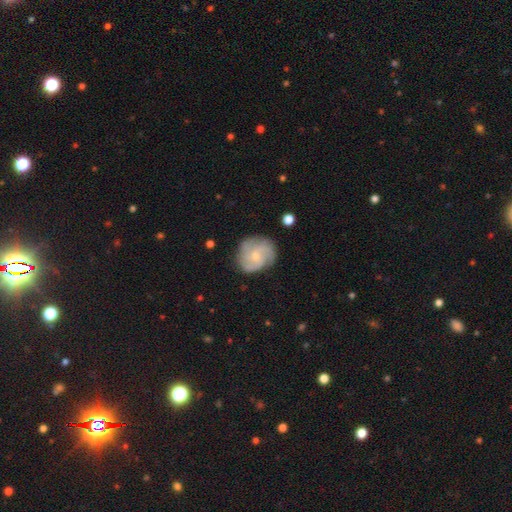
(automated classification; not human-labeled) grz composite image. It shows a featured or disk galaxy (68%) with no bar (67%), 3 (40%) medium (45%) spiral arms (91%) and a small central bulge (65%). Merging: none (75%).